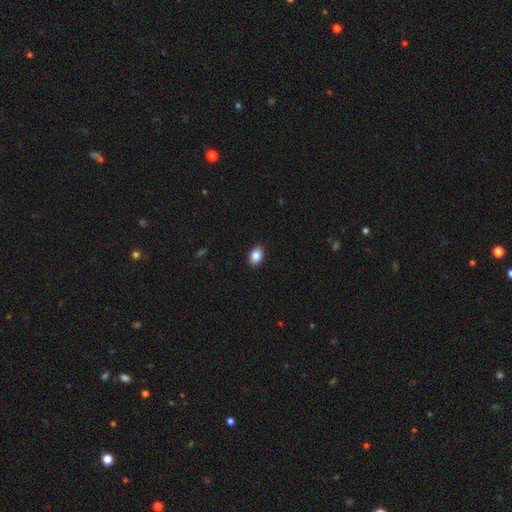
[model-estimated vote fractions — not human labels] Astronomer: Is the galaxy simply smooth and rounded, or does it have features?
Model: smooth — 86%.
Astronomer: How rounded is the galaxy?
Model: in between — 73%.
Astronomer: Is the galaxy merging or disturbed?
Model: none — 90%.